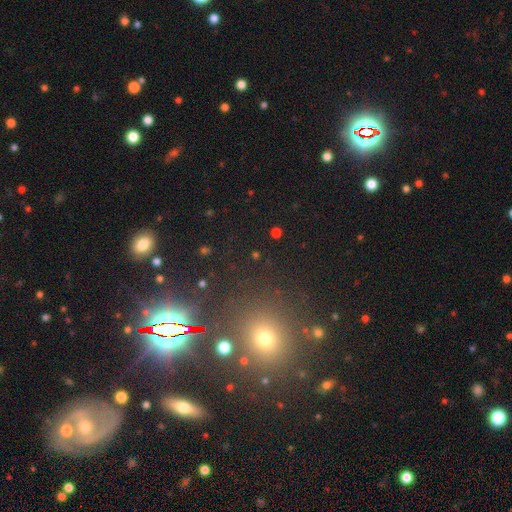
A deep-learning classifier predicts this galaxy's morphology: Smooth or featured? star or artifact (55%)